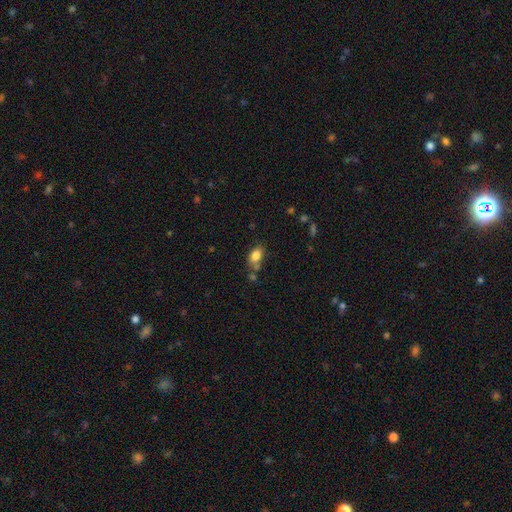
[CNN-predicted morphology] A smooth galaxy with no disk features (82%) that is in between round and cigar-shaped (82%). Merging: none (60%).